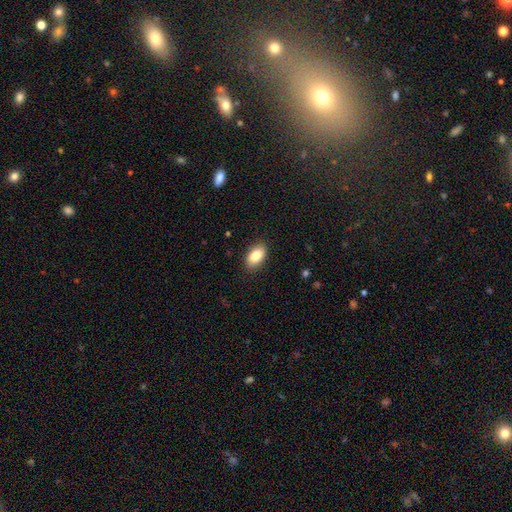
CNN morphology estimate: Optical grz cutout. It shows a smooth galaxy with no disk features (85%) that is in between round and cigar-shaped (92%). Merging: none (88%).